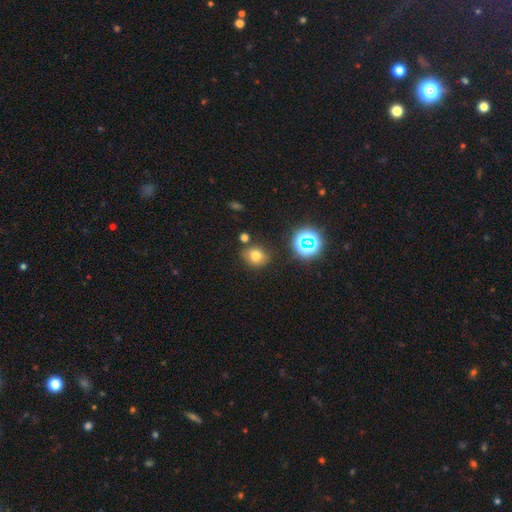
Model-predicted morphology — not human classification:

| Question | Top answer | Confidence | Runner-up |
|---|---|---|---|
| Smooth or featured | smooth | 70% | star or artifact (20%) |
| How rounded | round | 63% | in between (36%) |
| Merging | none | 75% | minor disturbance (14%) |